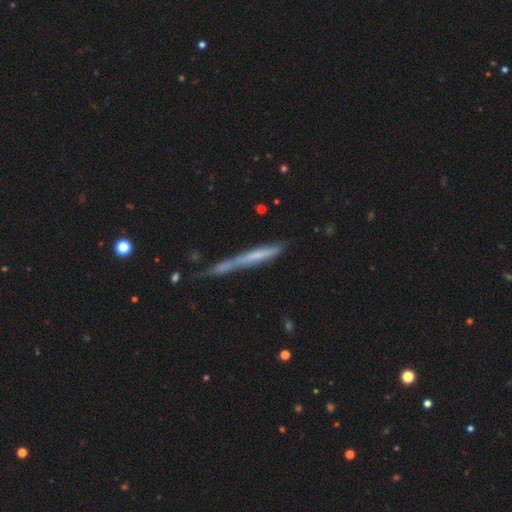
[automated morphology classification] smooth_or_featured: smooth (p=0.47) [alt: featured or disk p=0.44]
merging: none (p=0.53) [alt: minor disturbance p=0.25]